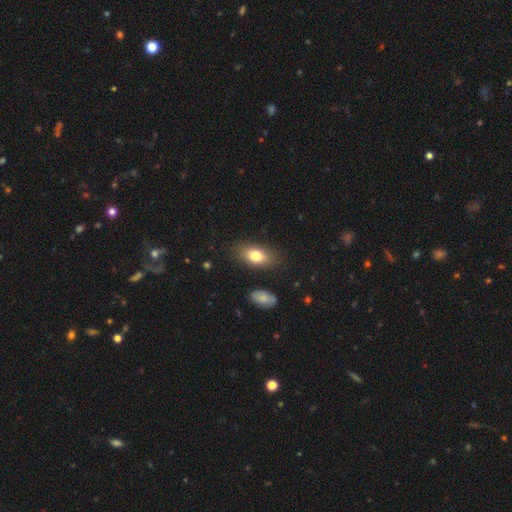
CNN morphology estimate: The model was most divided on "smooth or featured": smooth: 78%, featured or disk: 14%, star or artifact: 8%. More confident: how rounded — in between (87%); merging — none (82%).